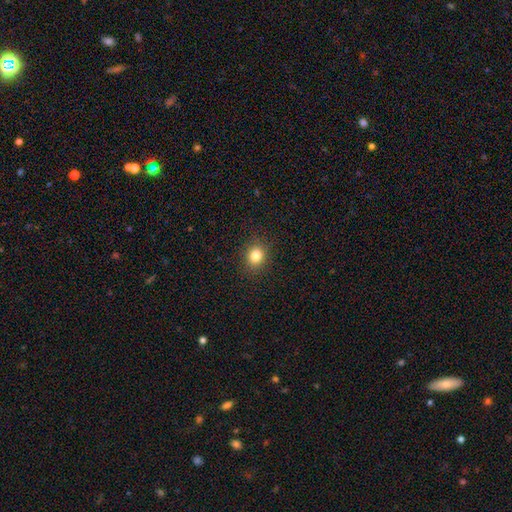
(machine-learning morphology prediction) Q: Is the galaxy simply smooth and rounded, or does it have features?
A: smooth — 83%.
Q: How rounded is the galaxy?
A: round — 67%.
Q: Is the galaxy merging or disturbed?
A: none — 89%.